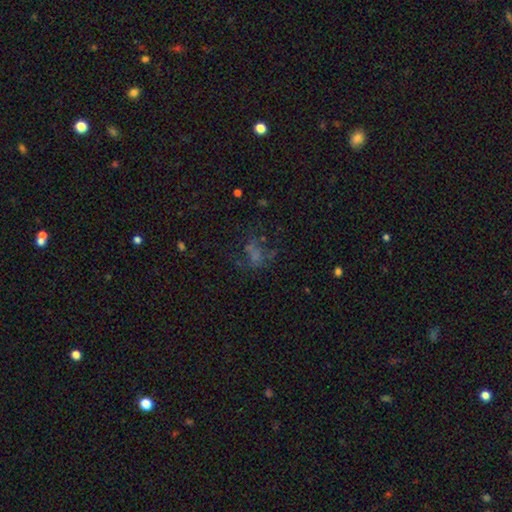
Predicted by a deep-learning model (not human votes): This appears to be a star or artifact, not a galaxy (36%).